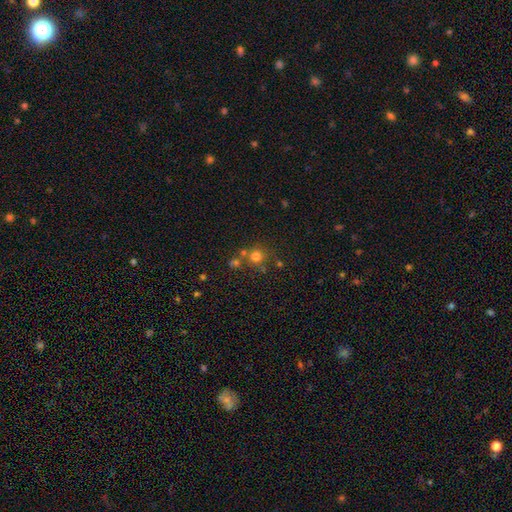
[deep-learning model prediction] Smooth or featured: smooth — 72% (star or artifact — 19%)
How rounded: round — 90% (in between — 9%)
Merging: none — 66% (merger — 21%)